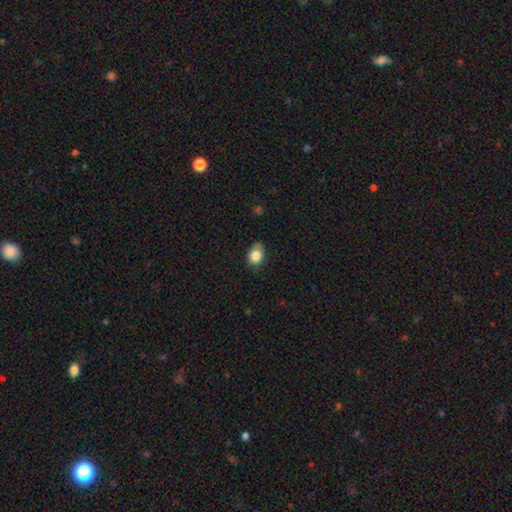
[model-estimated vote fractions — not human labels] This appears to be a smooth galaxy with no disk features (83%) that is in between round and cigar-shaped (63%). Merging: none (69%).